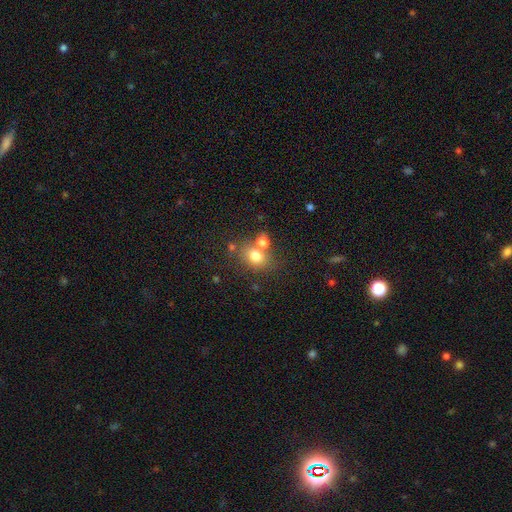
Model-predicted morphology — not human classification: smooth_or_featured: smooth (p=0.76) [alt: star or artifact p=0.13]
how_rounded: round (p=0.50) [alt: in between p=0.49]
merging: none (p=0.53) [alt: merger p=0.31]